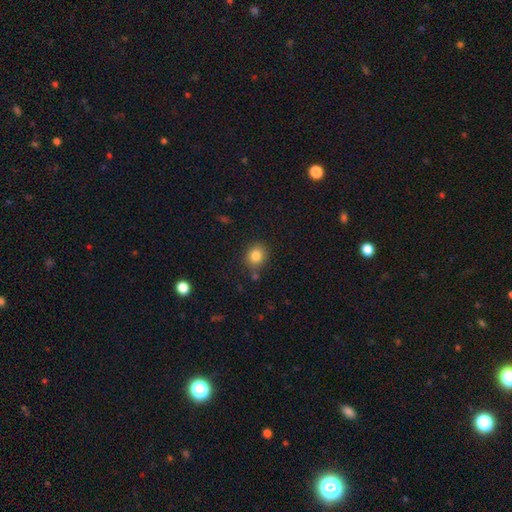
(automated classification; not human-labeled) smooth-or-featured: smooth: 84% | star or artifact: 11% | featured or disk: 6%
  how-rounded: round: 72% | in between: 27% | cigar-shaped: 1%
  merging: none: 81% | minor disturbance: 11% | merger: 5% | major disturbance: 3%